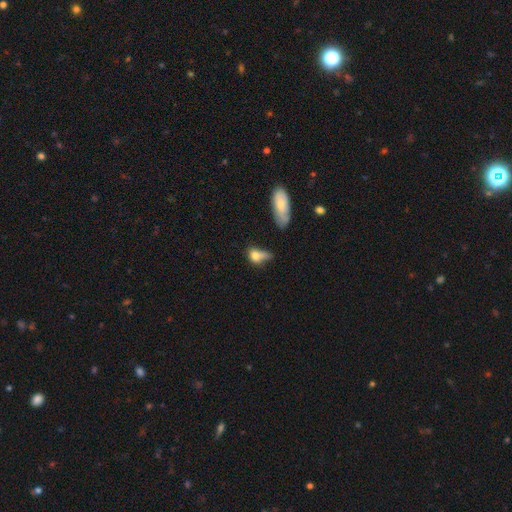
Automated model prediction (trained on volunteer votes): Smooth or featured? Predicted: smooth (p=0.72). How rounded? Predicted: in between (p=0.66). Merging? Predicted: none (p=0.28).